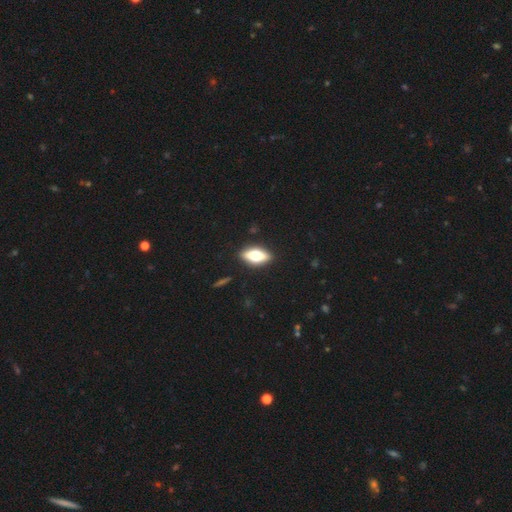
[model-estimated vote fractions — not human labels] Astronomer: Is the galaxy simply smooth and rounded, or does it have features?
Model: smooth — 56% (runner-up: featured or disk, 37%).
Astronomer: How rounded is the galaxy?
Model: in between — 77%.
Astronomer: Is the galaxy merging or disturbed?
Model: none — 88%.